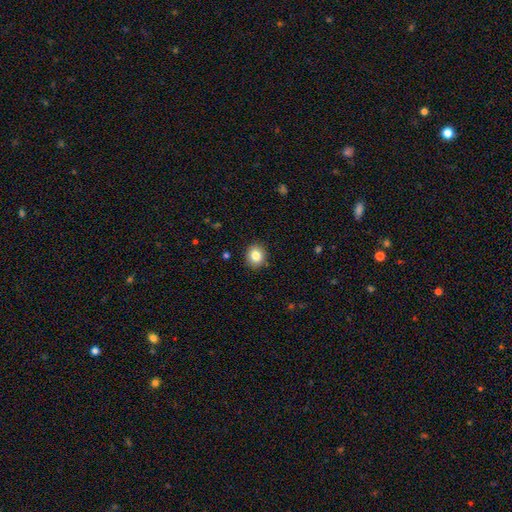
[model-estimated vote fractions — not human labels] Smooth or featured?
  - smooth: 83% *
  - star or artifact: 10%
  - featured or disk: 7%
How rounded?
  - round: 73% *
  - in between: 26%
  - cigar-shaped: 1%
Merging?
  - none: 90% *
  - minor disturbance: 7%
  - major disturbance: 2%
  - merger: 1%